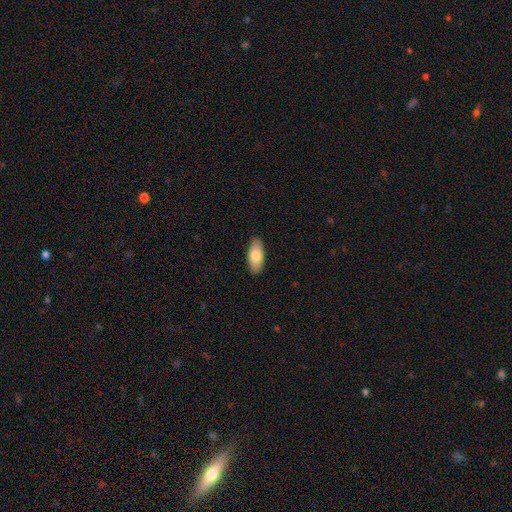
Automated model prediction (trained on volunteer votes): The model was most divided on "smooth or featured": smooth: 80%, featured or disk: 14%, star or artifact: 6%. More confident: merging — none (88%); how rounded — in between (86%).